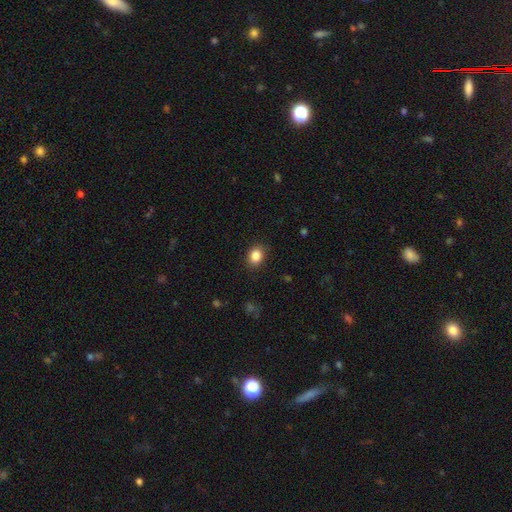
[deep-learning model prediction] smooth-or-featured: smooth: 86% | star or artifact: 10% | featured or disk: 5%
  how-rounded: round: 54% | in between: 45% | cigar-shaped: 1%
  merging: none: 88% | minor disturbance: 9% | major disturbance: 2% | merger: 1%